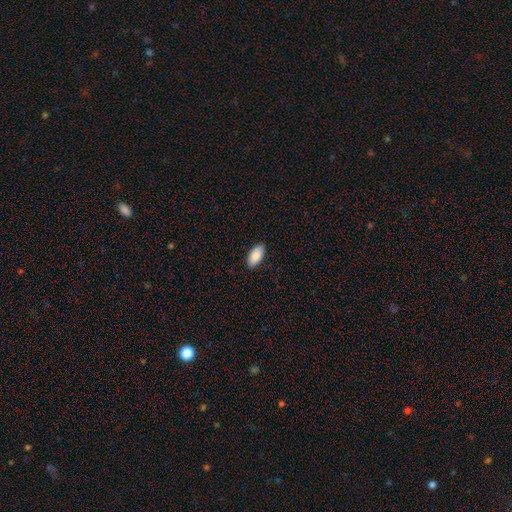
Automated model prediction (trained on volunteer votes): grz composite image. It shows a smooth galaxy with no disk features (86%) that is in between round and cigar-shaped (93%). Merging: none (89%).